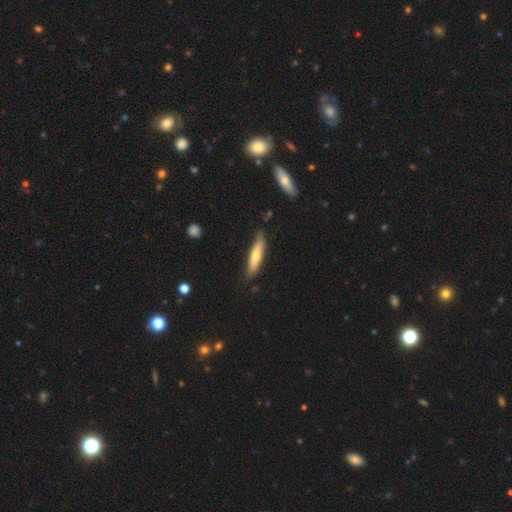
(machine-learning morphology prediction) The model was most divided on "smooth or featured": smooth: 59%, featured or disk: 36%, star or artifact: 6%. More confident: how rounded — cigar-shaped (81%); merging — none (80%).